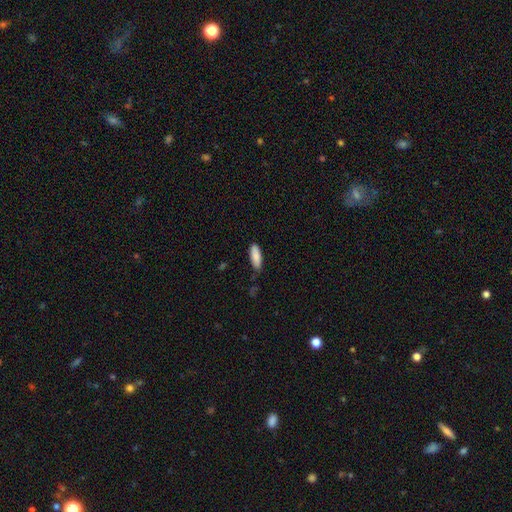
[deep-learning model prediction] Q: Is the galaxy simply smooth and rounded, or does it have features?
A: smooth — 88%.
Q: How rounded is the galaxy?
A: in between — 65%.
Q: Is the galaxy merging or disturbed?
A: none — 76%.